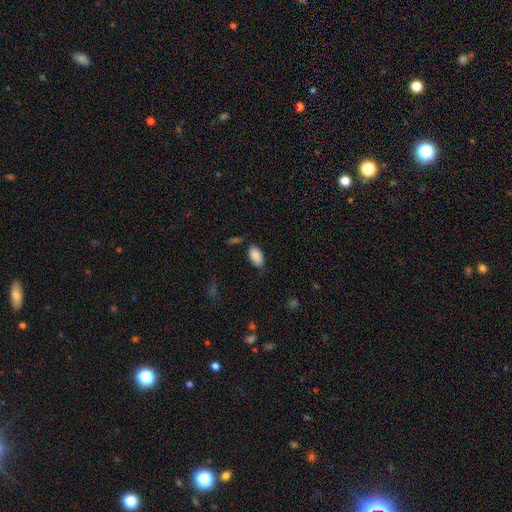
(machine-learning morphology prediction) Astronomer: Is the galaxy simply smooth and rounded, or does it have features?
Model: smooth — 89%.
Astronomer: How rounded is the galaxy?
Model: in between — 95%.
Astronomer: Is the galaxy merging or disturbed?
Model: none — 76%.